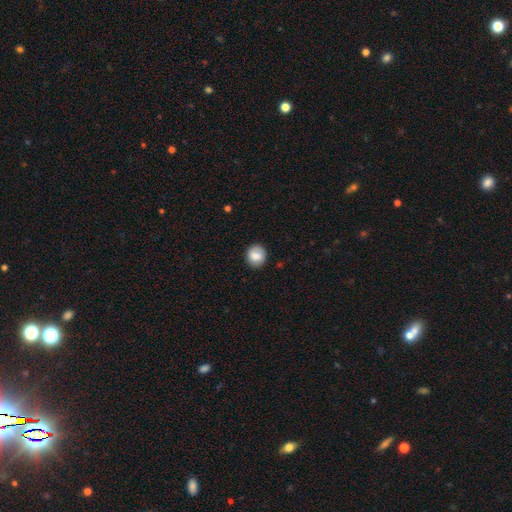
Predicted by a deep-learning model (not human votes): Overall: smooth (80%). How rounded: round (81%). Merging: none (83%).